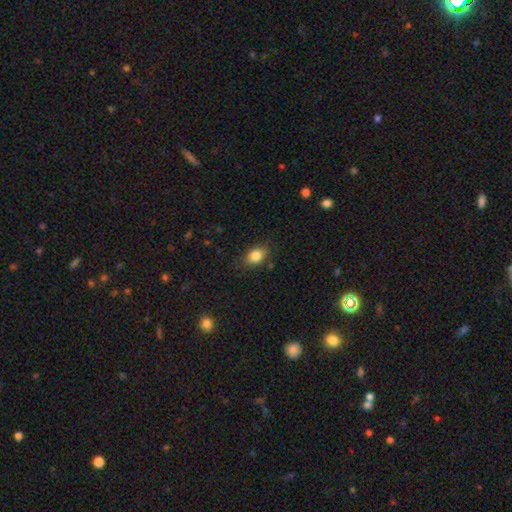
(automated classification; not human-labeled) Smooth or featured? Predicted: smooth (p=0.84). How rounded? Predicted: in between (p=0.79). Merging? Predicted: none (p=0.81).